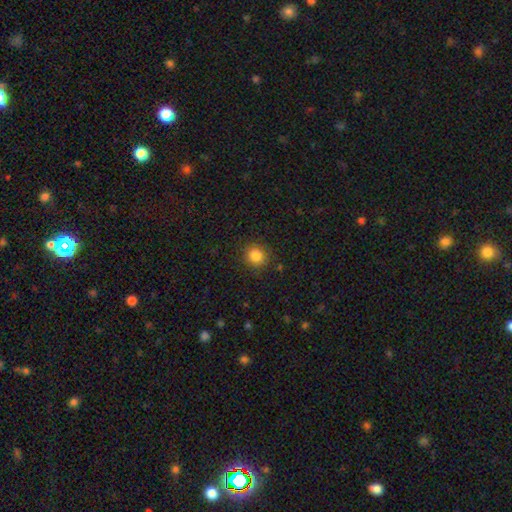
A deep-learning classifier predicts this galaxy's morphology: Overall: smooth (84%). How rounded: round (85%). Merging: none (88%).